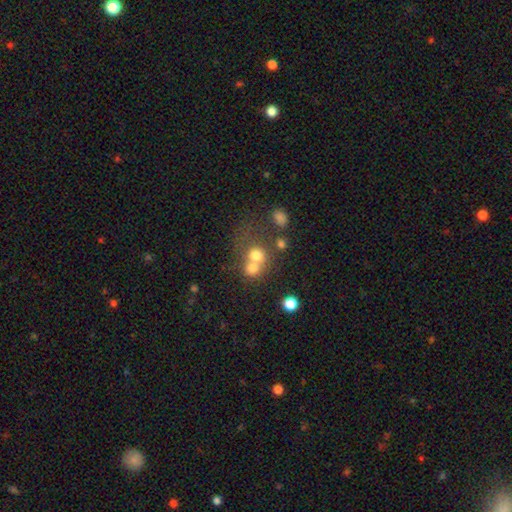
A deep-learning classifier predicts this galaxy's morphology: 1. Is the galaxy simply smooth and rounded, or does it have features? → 70% smooth, 16% featured or disk, 14% star or artifact.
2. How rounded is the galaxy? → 79% round, 20% in between, 1% cigar-shaped.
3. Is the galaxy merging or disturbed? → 57% merger, 31% none, 6% minor disturbance, 5% major disturbance.